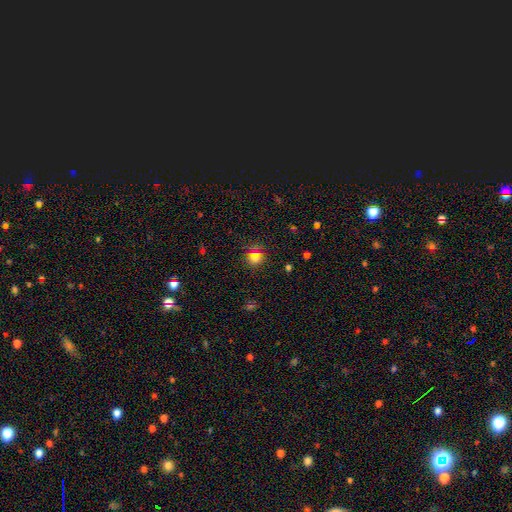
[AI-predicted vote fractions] smooth_or_featured: smooth (p=0.55) [alt: star or artifact p=0.36]
how_rounded: round (p=0.89) [alt: in between p=0.09]
merging: none (p=0.83) [alt: minor disturbance p=0.09]